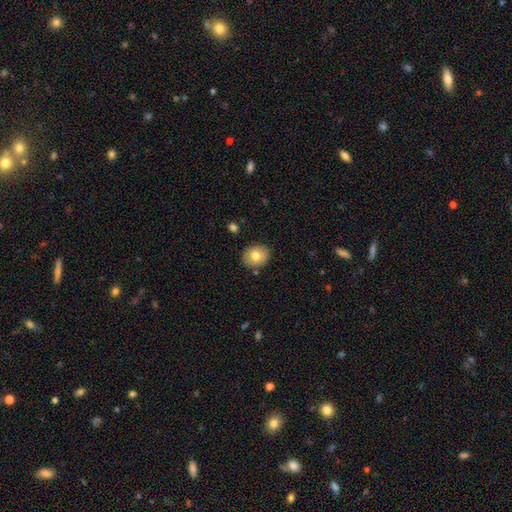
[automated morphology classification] Q: Smooth or featured?
A: smooth (76%); runner-up: featured or disk (16%)
Q: How rounded?
A: round (65%); runner-up: in between (35%)
Q: Merging?
A: none (86%); runner-up: minor disturbance (10%)